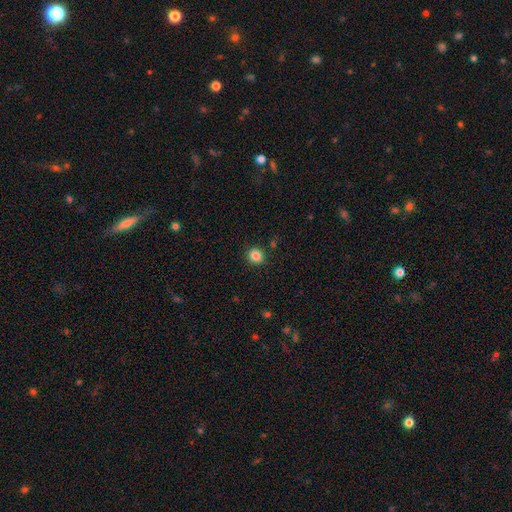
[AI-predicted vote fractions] A smooth galaxy with no disk features (85%) that is round (84%).

Vote fractions:
- Smooth or featured? smooth: 85% / star or artifact: 11% / featured or disk: 5%
- How rounded? round: 84% / in between: 16% / cigar-shaped: 1%
- Merging? none: 90% / minor disturbance: 7% / major disturbance: 2% / merger: 2%